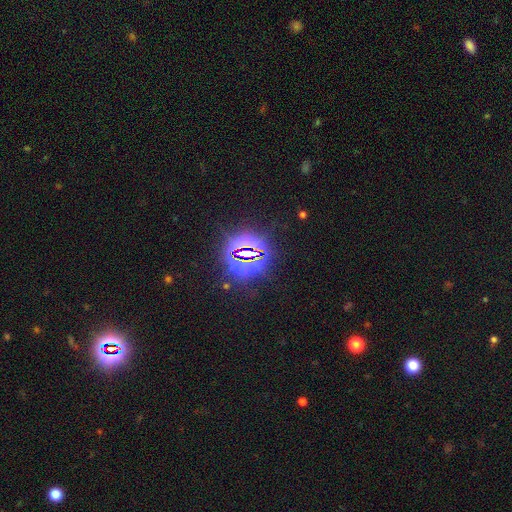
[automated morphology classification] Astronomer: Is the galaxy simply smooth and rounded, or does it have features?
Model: star or artifact — 82%.